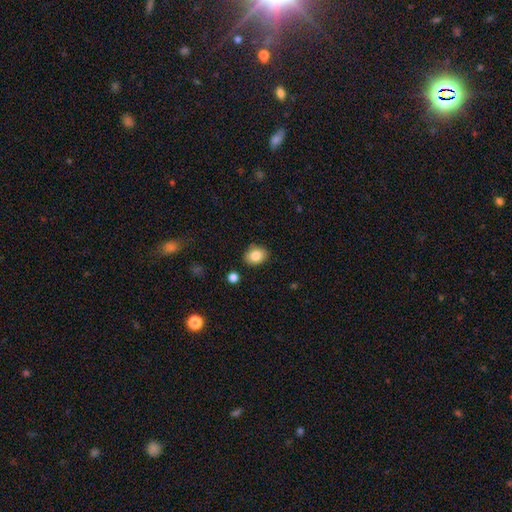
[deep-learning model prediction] smooth 84%, star or artifact 9%, featured or disk 6%. Down the decision tree: how rounded — round (55%); merging — none (85%).